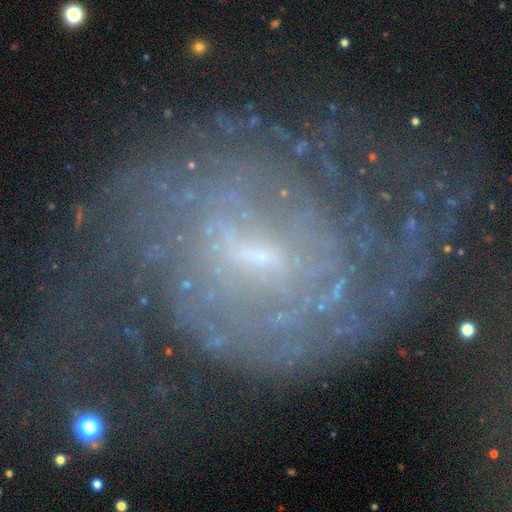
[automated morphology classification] Smooth or featured: featured or disk — 81% (smooth — 10%)
Edge-on disk: no — 96% (yes — 4%)
Bar: weak — 55% (no — 24%)
Spiral arms: yes — 89% (no — 11%)
Spiral winding: tight — 46% (medium — 36%)
Spiral arm count: 2 — 37% (can't tell — 36%)
Bulge size: small — 69% (moderate — 22%)
Merging: none — 48% (major disturbance — 23%)